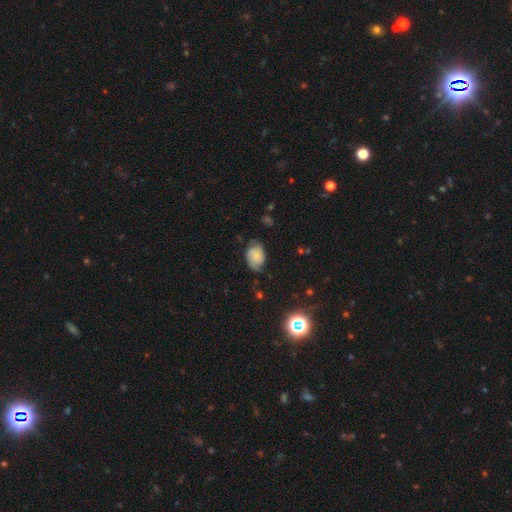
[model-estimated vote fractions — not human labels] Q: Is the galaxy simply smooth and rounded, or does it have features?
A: smooth — 49%.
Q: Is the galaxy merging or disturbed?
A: none — 59%.